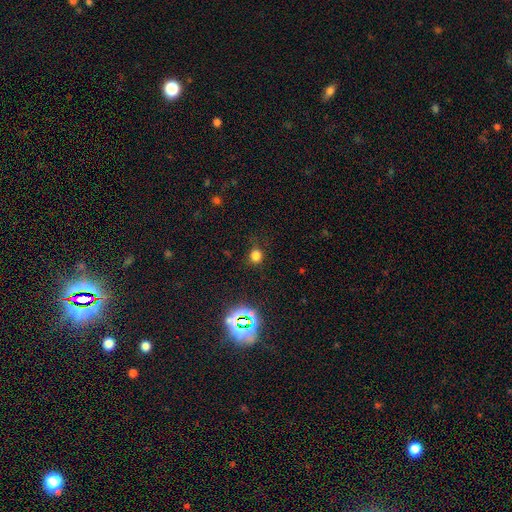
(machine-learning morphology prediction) The model was most divided on "smooth or featured": smooth: 73%, star or artifact: 21%, featured or disk: 5%. More confident: merging — none (80%); how rounded — round (79%).